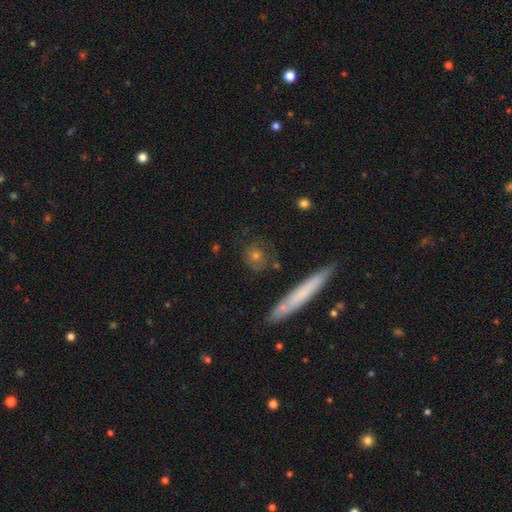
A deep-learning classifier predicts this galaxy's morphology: Q: Smooth or featured?
A: smooth (56%); runner-up: featured or disk (33%)
Q: How rounded?
A: round (57%); runner-up: cigar-shaped (22%)
Q: Merging?
A: none (76%); runner-up: minor disturbance (14%)